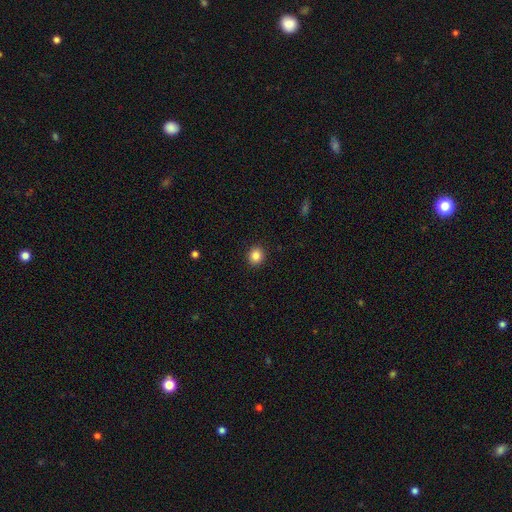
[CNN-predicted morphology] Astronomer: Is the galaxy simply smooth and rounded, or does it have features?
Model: smooth — 86%.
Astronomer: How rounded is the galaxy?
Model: round — 79%.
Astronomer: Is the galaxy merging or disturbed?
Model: none — 91%.